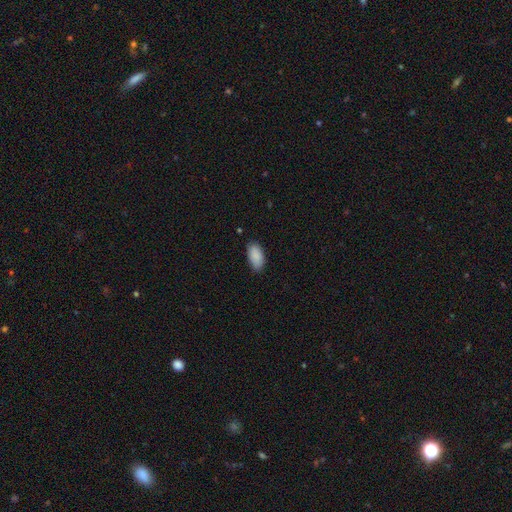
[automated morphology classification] This is clearly a smooth galaxy (89%). How rounded: clearly in between (94%). Merging: clearly none (81%).